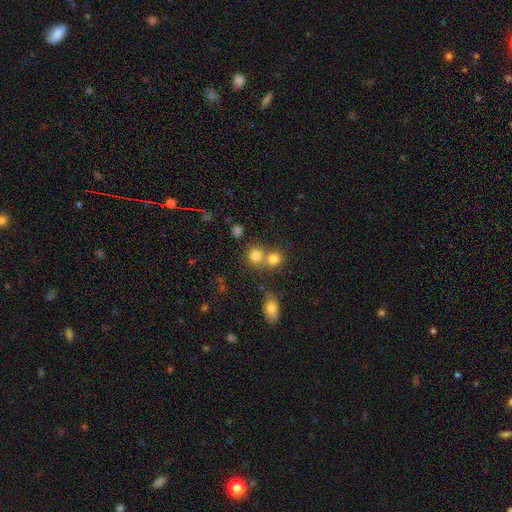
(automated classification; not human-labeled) This is likely a smooth galaxy (79%). How rounded: clearly round (84%). Merging: possibly none (51%).